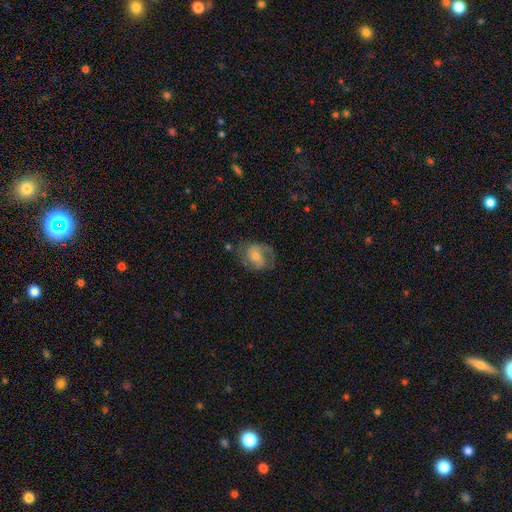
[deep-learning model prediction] This is likely a featured or disk galaxy (66%). It is clearly not viewed edge-on (97%). Bar: possibly no (56%). Spiral arm pattern: clearly yes (86%). Spiral arm count: likely 2 (71%). Spiral winding: possibly medium (47%). Central bulge: possibly small (52%). Merging: likely none (63%).